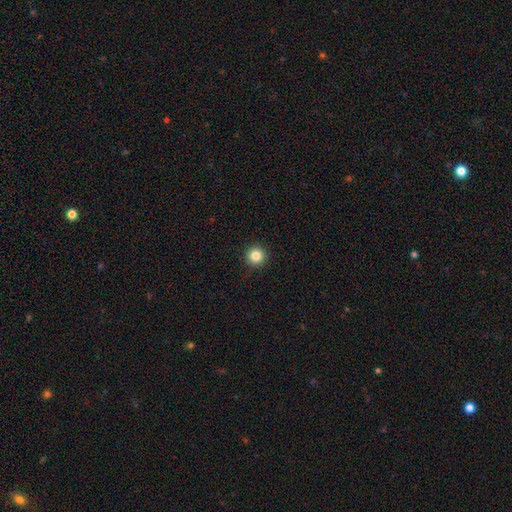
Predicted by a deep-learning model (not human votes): Smooth or featured? smooth (85%)
How rounded? round (96%)
Merging? none (92%)